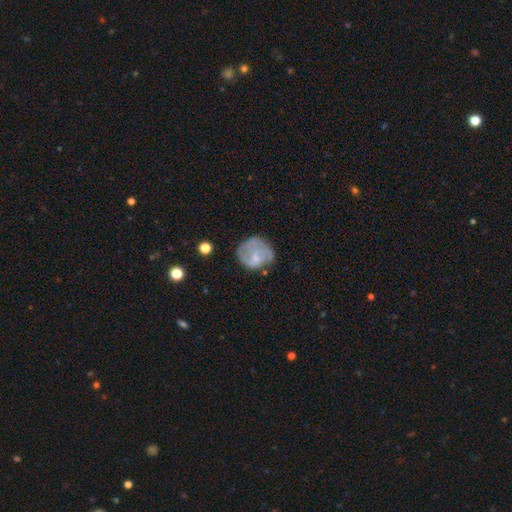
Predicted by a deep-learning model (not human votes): Morphology: type=featured or disk (57%); edge-on=no (98%); bar=no (63%); spiral arms=yes (69%); bulge=small (49%); merging=none (51%).